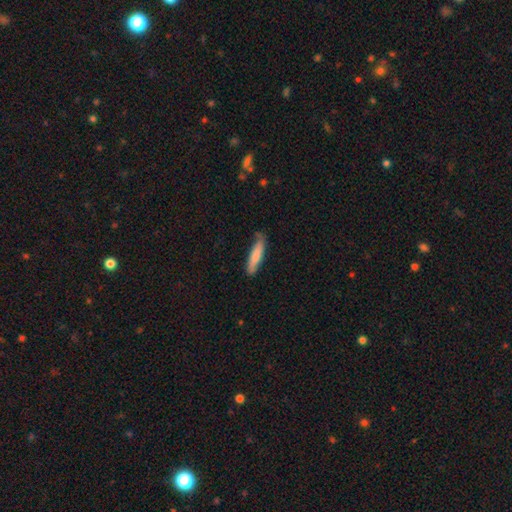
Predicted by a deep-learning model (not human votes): Overall: smooth (75%). How rounded: cigar-shaped (81%). Merging: none (72%).